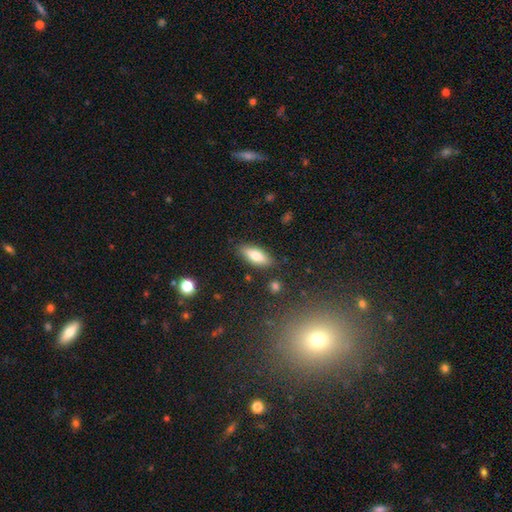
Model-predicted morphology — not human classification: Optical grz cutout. It shows a smooth galaxy with no disk features (74%) that is in between round and cigar-shaped (69%). Merging: none (85%).